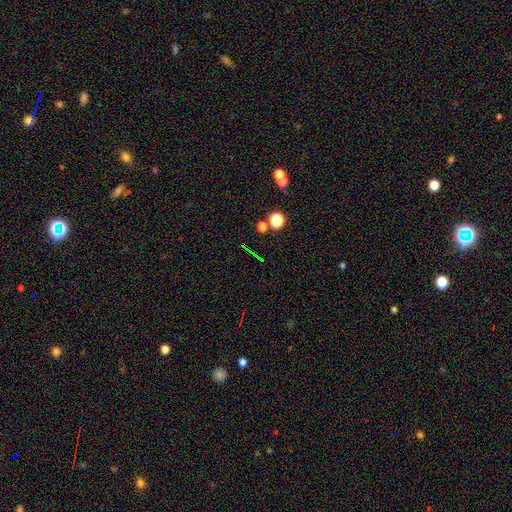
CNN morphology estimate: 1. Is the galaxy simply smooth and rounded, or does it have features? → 63% star or artifact, 25% smooth, 13% featured or disk.